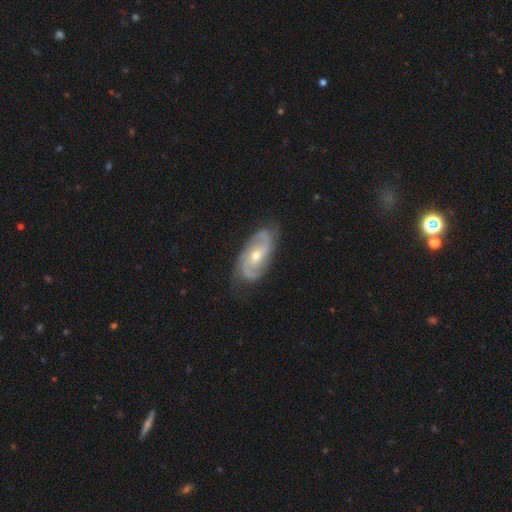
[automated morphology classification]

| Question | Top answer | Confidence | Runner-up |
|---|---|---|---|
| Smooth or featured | featured or disk | 86% | smooth (9%) |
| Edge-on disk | no | 95% | yes (5%) |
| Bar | no | 62% | weak (30%) |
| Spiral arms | yes | 96% | no (4%) |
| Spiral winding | medium | 44% | tight (43%) |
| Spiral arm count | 2 | 69% | 3 (14%) |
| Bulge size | moderate | 55% | small (42%) |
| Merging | none | 77% | minor disturbance (17%) |